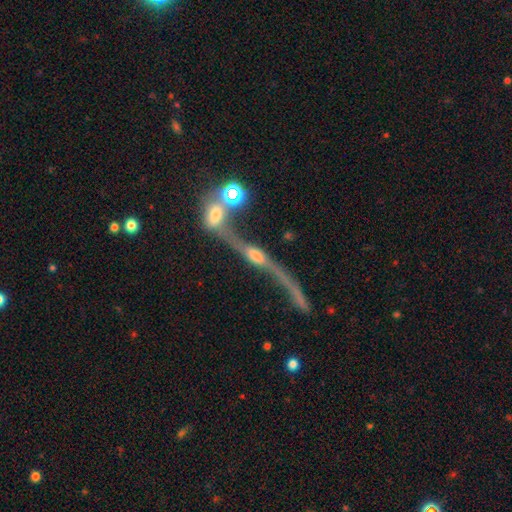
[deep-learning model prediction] Q: Smooth or featured?
A: featured or disk (74%); runner-up: smooth (15%)
Q: Edge-on disk?
A: yes (52%); runner-up: no (48%)
Q: Merging?
A: merger (46%); runner-up: none (27%)